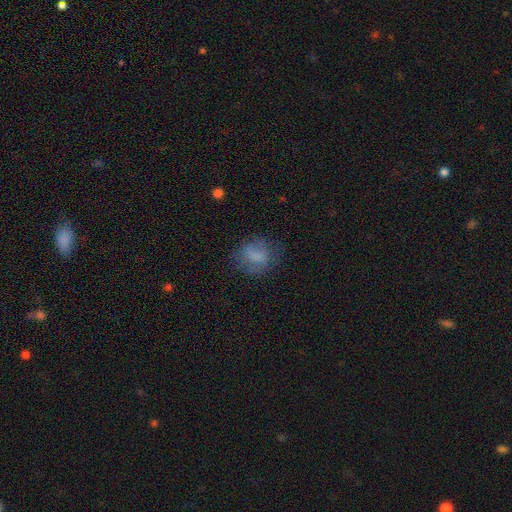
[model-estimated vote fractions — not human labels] Smooth or featured?
  - smooth: 71% *
  - featured or disk: 18%
  - star or artifact: 11%
How rounded?
  - round: 57% *
  - in between: 41%
  - cigar-shaped: 1%
Merging?
  - none: 62% *
  - minor disturbance: 22%
  - major disturbance: 14%
  - merger: 2%